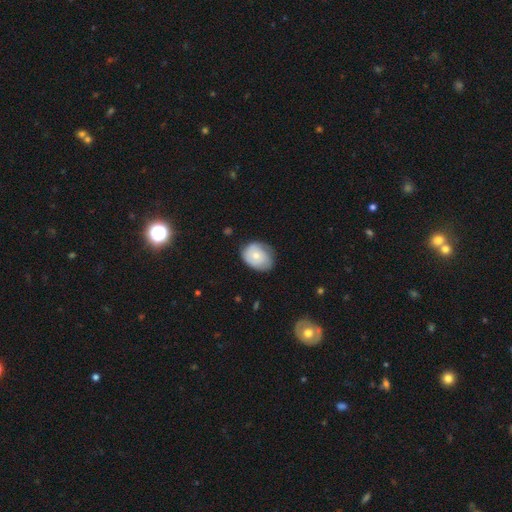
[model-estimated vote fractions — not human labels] Smooth or featured: smooth — 61% (featured or disk — 32%)
How rounded: in between — 56% (round — 43%)
Merging: none — 62% (minor disturbance — 30%)